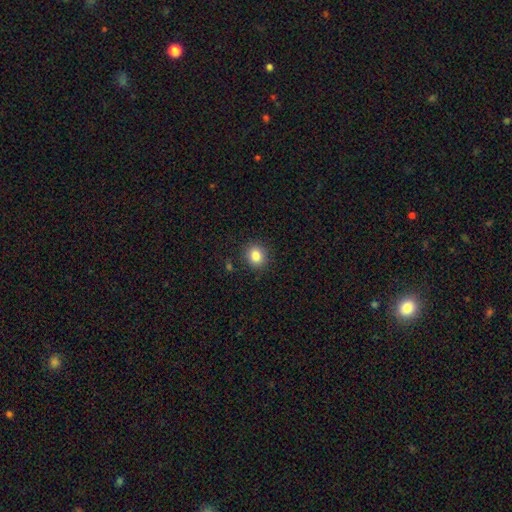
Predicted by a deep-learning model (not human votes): Overall: smooth (84%). How rounded: round (80%). Merging: none (89%).